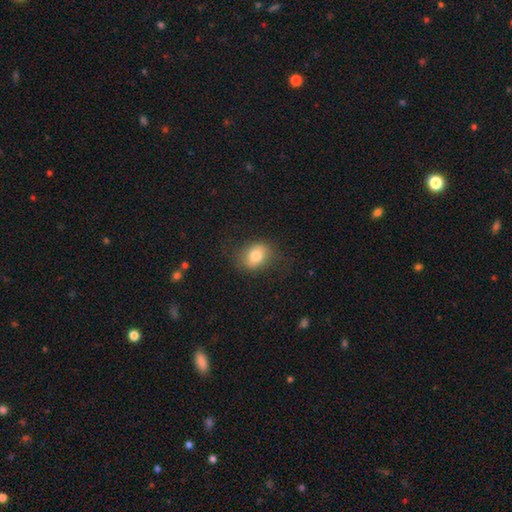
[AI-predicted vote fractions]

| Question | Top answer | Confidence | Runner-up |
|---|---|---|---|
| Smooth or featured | smooth | 75% | featured or disk (16%) |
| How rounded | in between | 58% | round (40%) |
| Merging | none | 76% | minor disturbance (16%) |